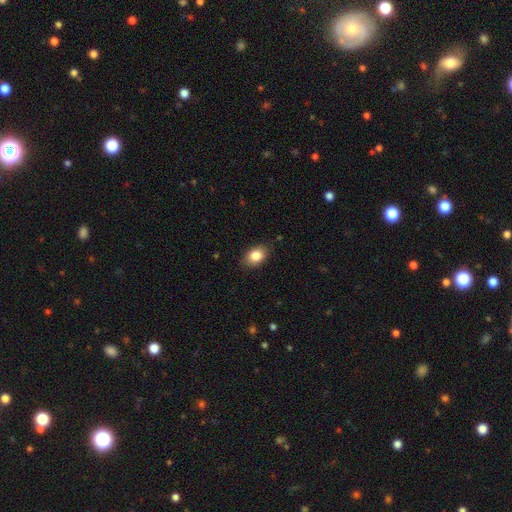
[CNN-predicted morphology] This appears to be a smooth galaxy with no disk features (85%) that is in between round and cigar-shaped (79%). Merging: none (85%).